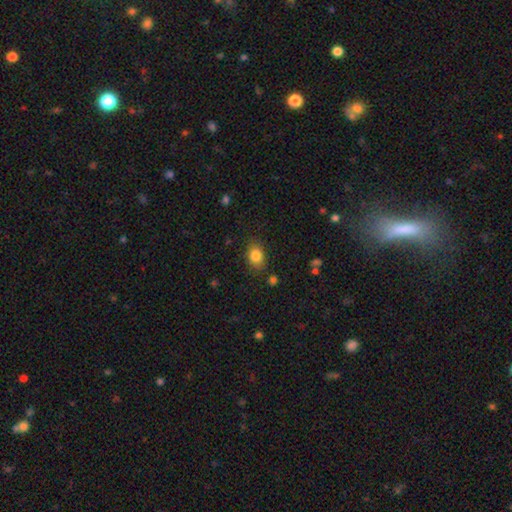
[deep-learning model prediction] Smooth or featured? Predicted: smooth (p=0.83). How rounded? Predicted: in between (p=0.69). Merging? Predicted: none (p=0.81).